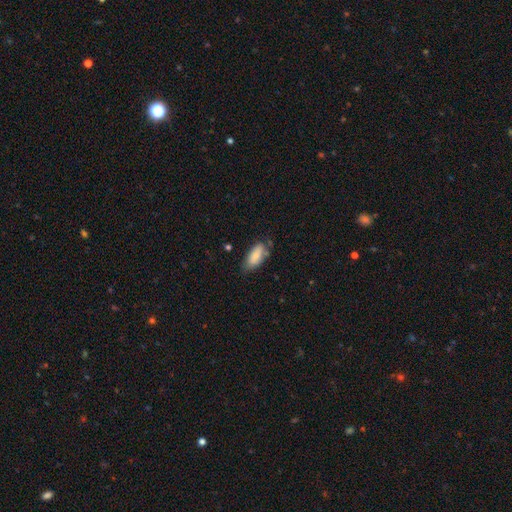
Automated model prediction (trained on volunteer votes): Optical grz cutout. It shows a smooth galaxy with no disk features (81%) that is in between round and cigar-shaped (86%). Merging: none (62%).